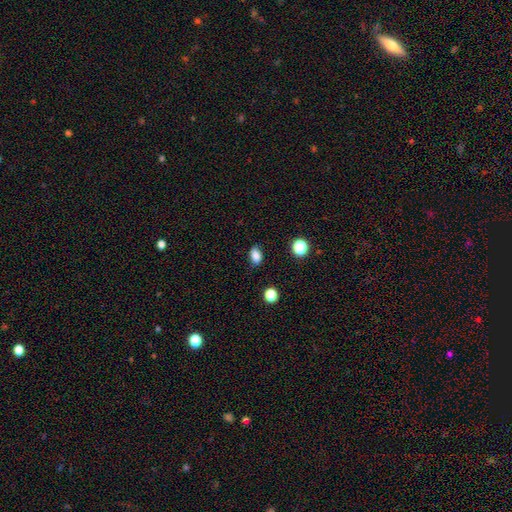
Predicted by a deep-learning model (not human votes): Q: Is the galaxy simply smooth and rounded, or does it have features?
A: smooth — 83%.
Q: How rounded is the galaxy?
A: in between — 82%.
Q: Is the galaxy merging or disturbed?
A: none — 80%.